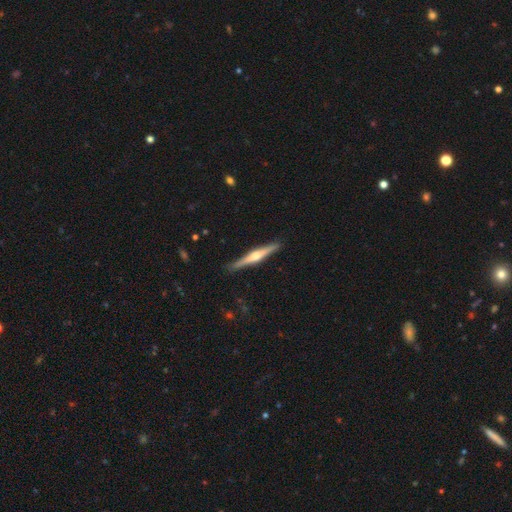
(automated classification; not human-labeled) smooth-or-featured: featured or disk: 74% | smooth: 21% | star or artifact: 5%
  disk-edge-on: yes: 98% | no: 2%
    edge-on-bulge: rounded: 89% | boxy: 6% | none: 5%
  merging: none: 91% | minor disturbance: 7% | major disturbance: 1% | merger: 1%